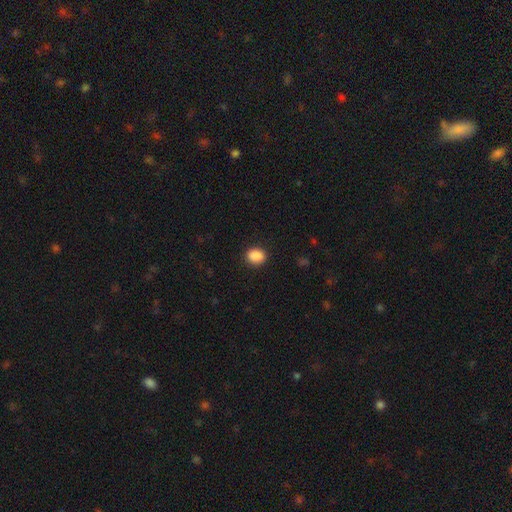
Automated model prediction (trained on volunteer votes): smooth_or_featured: smooth (p=0.89) [alt: star or artifact p=0.08]
how_rounded: in between (p=0.57) [alt: round p=0.42]
merging: none (p=0.89) [alt: minor disturbance p=0.08]